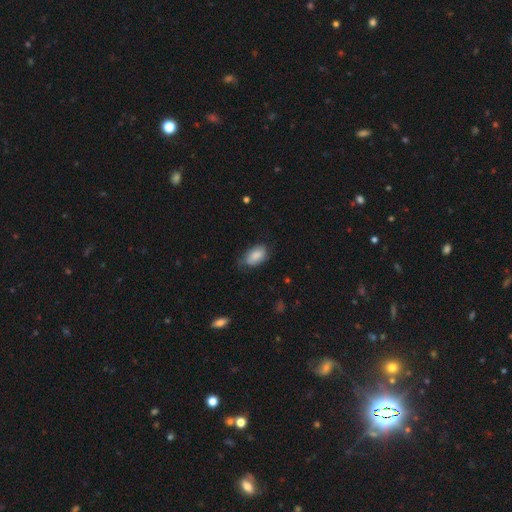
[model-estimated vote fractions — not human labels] A smooth galaxy with no disk features (82%) that is in between round and cigar-shaped (92%). Merging: none (57%).